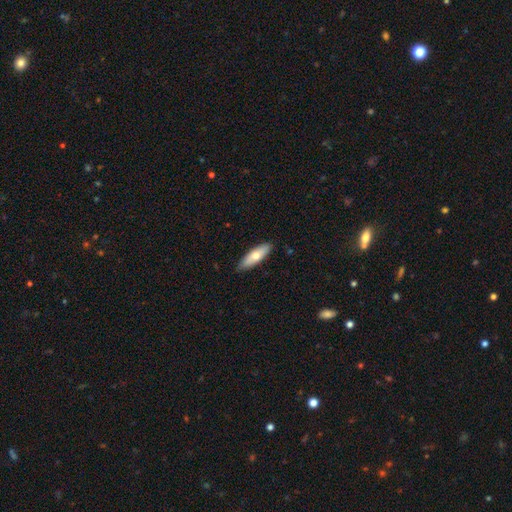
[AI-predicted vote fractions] This appears to be a smooth galaxy with no disk features (64%) that is in between round and cigar-shaped (57%). Merging: none (87%).